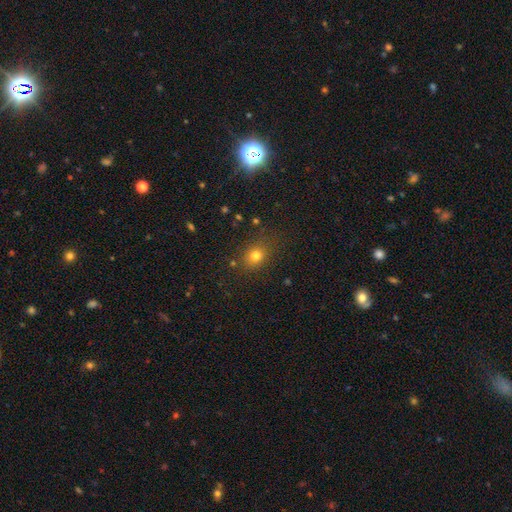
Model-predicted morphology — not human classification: Smooth or featured?
  - smooth: 77% *
  - star or artifact: 15%
  - featured or disk: 8%
How rounded?
  - round: 60% *
  - in between: 39%
  - cigar-shaped: 1%
Merging?
  - none: 80% *
  - minor disturbance: 13%
  - major disturbance: 5%
  - merger: 3%